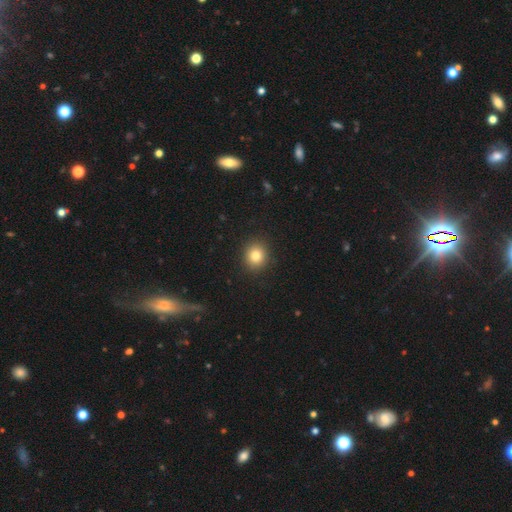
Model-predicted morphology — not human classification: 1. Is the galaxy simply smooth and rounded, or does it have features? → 82% smooth, 11% star or artifact, 7% featured or disk.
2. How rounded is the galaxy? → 85% round, 14% in between, 1% cigar-shaped.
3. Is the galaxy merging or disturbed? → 91% none, 6% minor disturbance, 2% major disturbance, 1% merger.